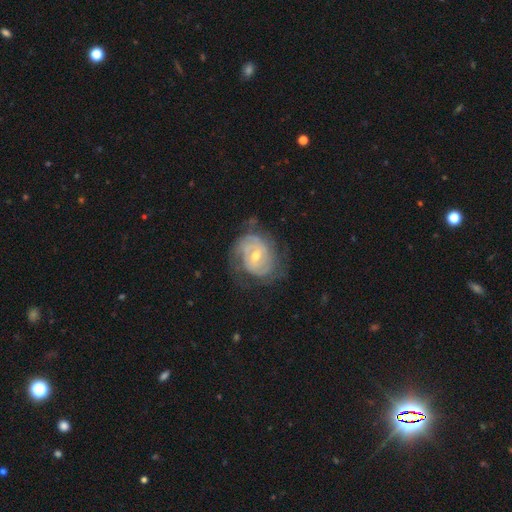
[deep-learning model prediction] Q: Smooth or featured?
A: featured or disk (81%); runner-up: smooth (13%)
Q: Edge-on disk?
A: no (97%); runner-up: yes (3%)
Q: Bar?
A: weak (46%); runner-up: no (40%)
Q: Spiral arms?
A: yes (90%); runner-up: no (10%)
Q: Spiral winding?
A: tight (64%); runner-up: medium (27%)
Q: Spiral arm count?
A: 2 (37%); runner-up: can't tell (36%)
Q: Bulge size?
A: moderate (57%); runner-up: small (39%)
Q: Merging?
A: none (65%); runner-up: minor disturbance (21%)